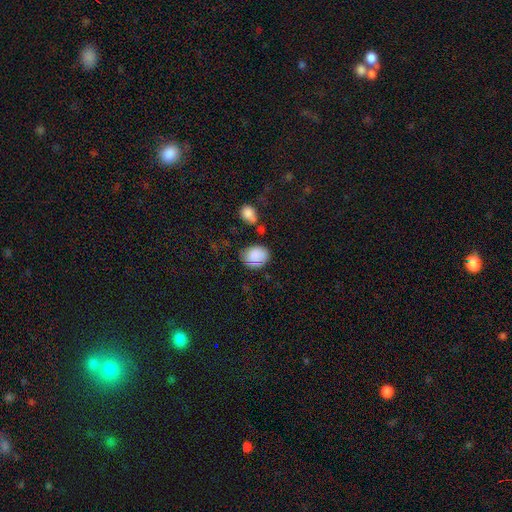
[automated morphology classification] A smooth galaxy with no disk features (81%) that is round (52%). Merging: none (66%).